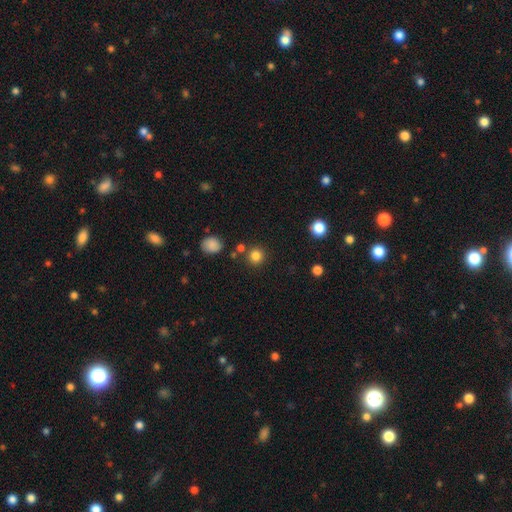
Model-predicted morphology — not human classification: A smooth galaxy with no disk features (82%) that is round (93%).

Vote fractions:
- Smooth or featured? smooth: 82% / star or artifact: 13% / featured or disk: 5%
- How rounded? round: 93% / in between: 6% / cigar-shaped: 1%
- Merging? none: 82% / merger: 8% / minor disturbance: 7% / major disturbance: 3%